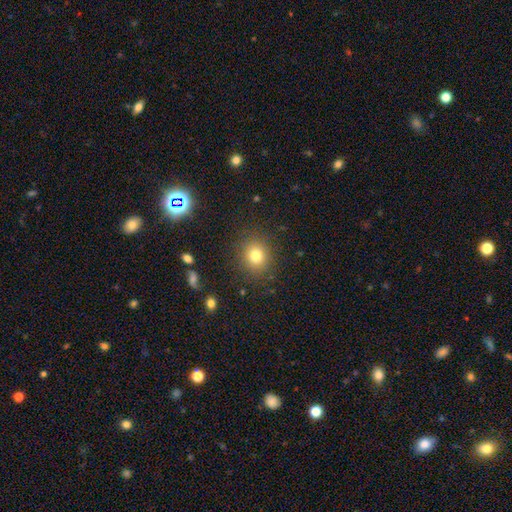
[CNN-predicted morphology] The model was most divided on "how rounded": round: 76%, in between: 23%, cigar-shaped: 1%. More confident: merging — none (87%); smooth or featured — smooth (78%).